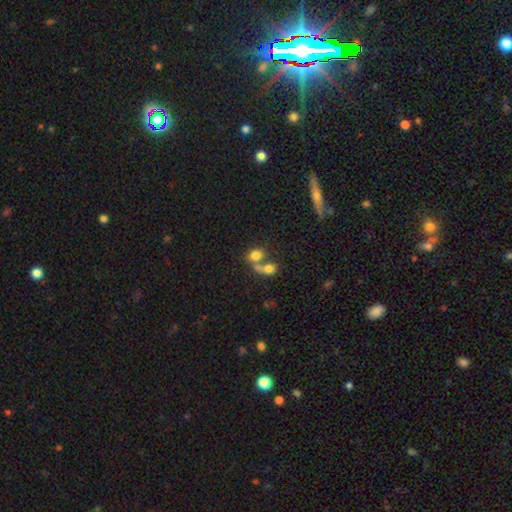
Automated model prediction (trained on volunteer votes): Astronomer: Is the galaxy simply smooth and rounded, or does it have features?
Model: smooth — 75%.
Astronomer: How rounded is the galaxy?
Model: in between — 53% (runner-up: round, 45%).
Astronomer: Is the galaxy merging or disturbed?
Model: merger — 63%.